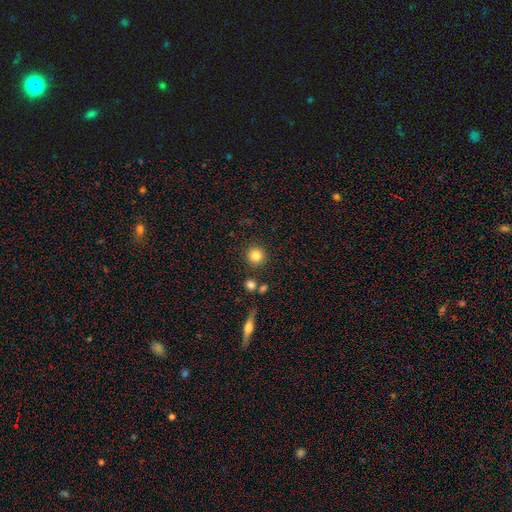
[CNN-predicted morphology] This appears to be a smooth galaxy with no disk features (84%) that is round (94%). Merging: none (86%).